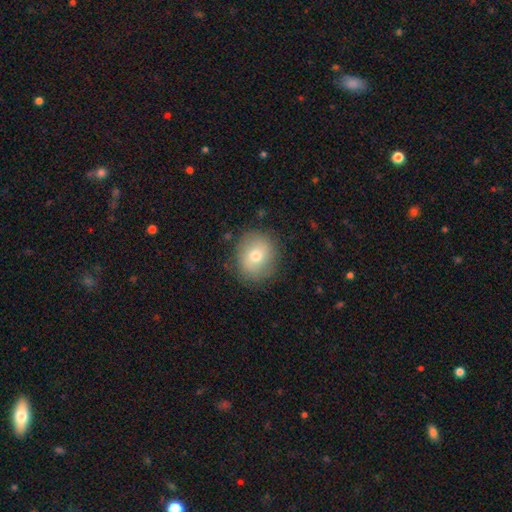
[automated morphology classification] type=smooth (70%); roundness=round (78%); merging=none (82%).